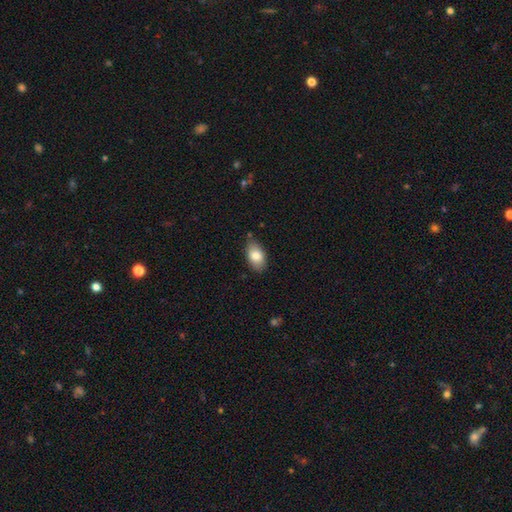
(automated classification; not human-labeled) Morphology: type=smooth (84%); roundness=in between (92%); merging=none (80%).